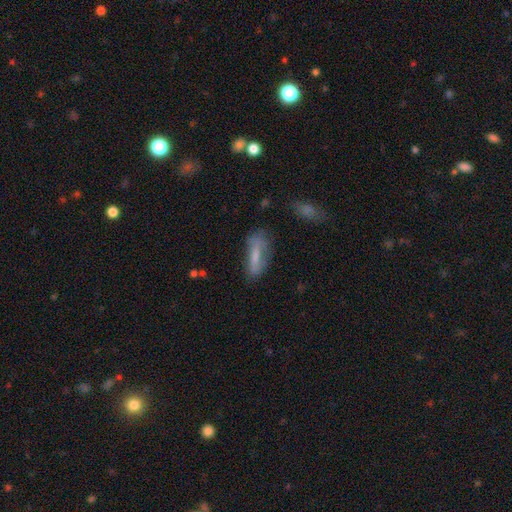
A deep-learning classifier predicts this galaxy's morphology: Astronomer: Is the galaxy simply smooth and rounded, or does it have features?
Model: smooth — 63%.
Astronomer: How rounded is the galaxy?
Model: cigar-shaped — 52% (runner-up: in between, 46%).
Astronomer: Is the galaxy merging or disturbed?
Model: none — 59%.